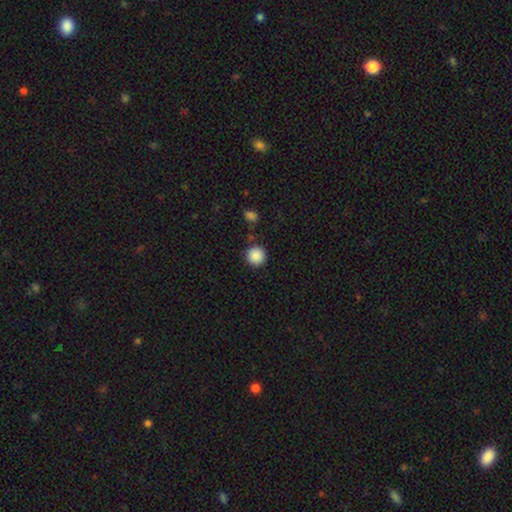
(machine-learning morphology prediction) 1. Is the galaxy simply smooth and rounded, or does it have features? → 88% smooth, 9% star or artifact, 3% featured or disk.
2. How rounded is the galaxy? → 95% round, 4% in between, 1% cigar-shaped.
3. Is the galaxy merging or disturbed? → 87% none, 7% minor disturbance, 3% merger, 2% major disturbance.